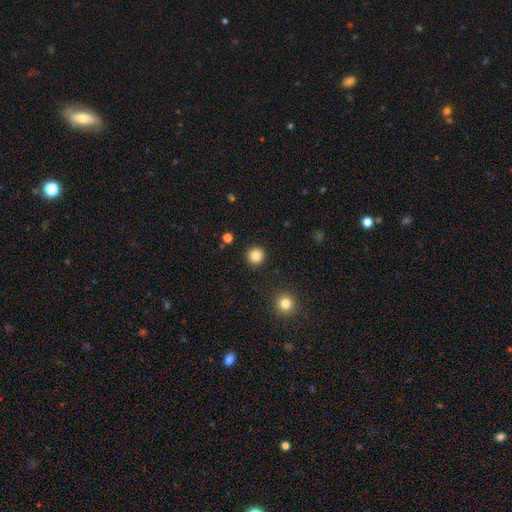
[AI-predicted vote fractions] Q: Smooth or featured?
A: smooth (83%); runner-up: star or artifact (11%)
Q: How rounded?
A: round (95%); runner-up: in between (4%)
Q: Merging?
A: none (92%); runner-up: minor disturbance (5%)